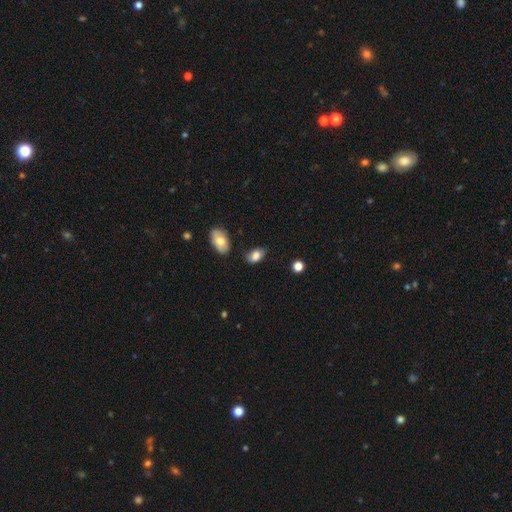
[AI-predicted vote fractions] Q: Smooth or featured?
A: smooth (81%); runner-up: featured or disk (11%)
Q: How rounded?
A: in between (90%); runner-up: round (8%)
Q: Merging?
A: none (75%); runner-up: minor disturbance (18%)